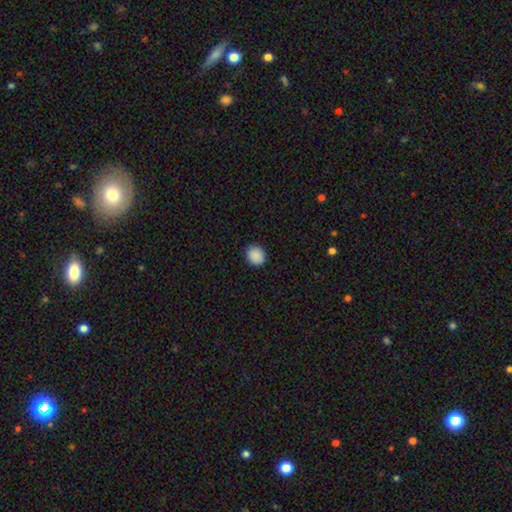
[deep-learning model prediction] smooth_or_featured: smooth (p=0.90) [alt: star or artifact p=0.08]
how_rounded: round (p=0.76) [alt: in between p=0.24]
merging: none (p=0.90) [alt: minor disturbance p=0.08]